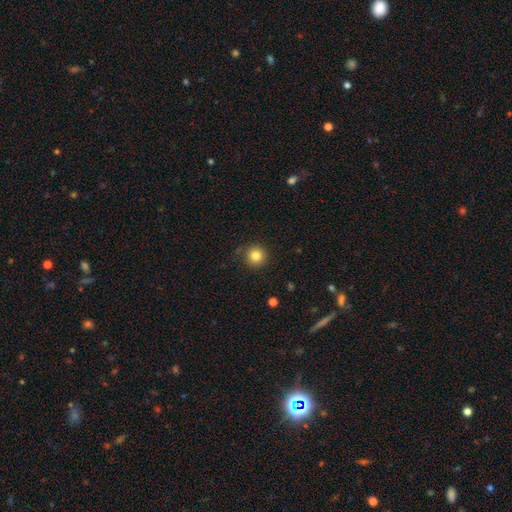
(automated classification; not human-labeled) smooth-or-featured: smooth: 82% | star or artifact: 11% | featured or disk: 7%
  how-rounded: round: 95% | in between: 4% | cigar-shaped: 1%
  merging: none: 85% | minor disturbance: 11% | major disturbance: 3% | merger: 2%